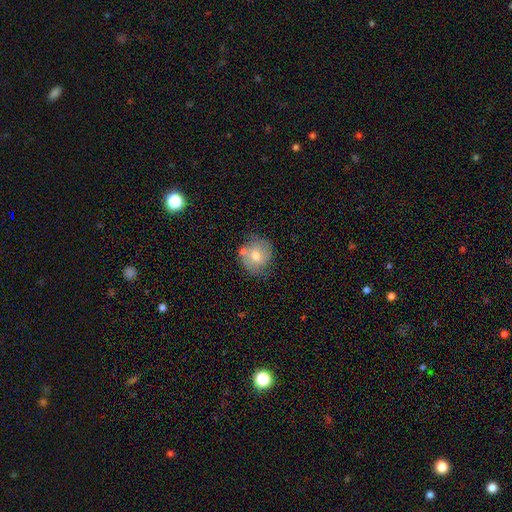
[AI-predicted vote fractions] Smooth or featured? smooth (58%)
How rounded? round (81%)
Merging? none (63%)